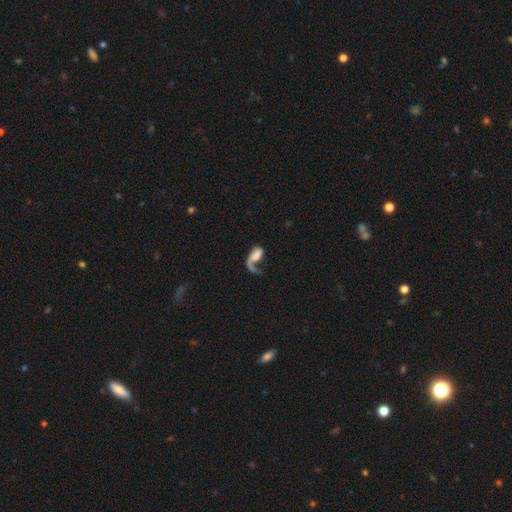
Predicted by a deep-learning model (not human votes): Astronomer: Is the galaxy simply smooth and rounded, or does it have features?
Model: featured or disk — 59%.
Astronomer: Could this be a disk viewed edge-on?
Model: no — 95%.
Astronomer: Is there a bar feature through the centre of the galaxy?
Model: no — 58%.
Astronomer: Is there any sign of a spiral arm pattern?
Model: yes — 83%.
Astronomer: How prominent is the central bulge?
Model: none — 30% (runner-up: small, 23%).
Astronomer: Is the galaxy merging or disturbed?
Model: major disturbance — 50% (runner-up: none, 29%).